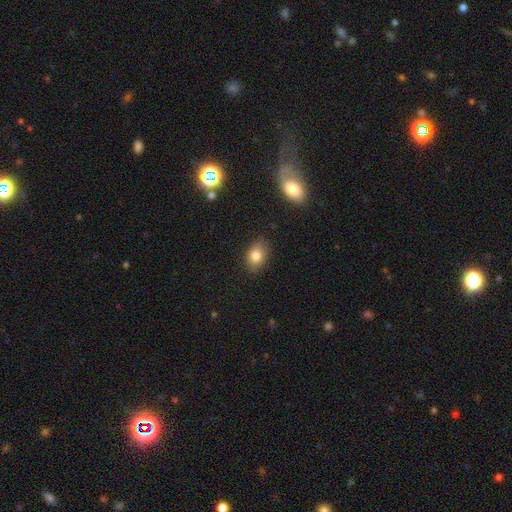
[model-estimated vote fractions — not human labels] smooth_or_featured: smooth (p=0.80) [alt: star or artifact p=0.10]
how_rounded: in between (p=0.75) [alt: round p=0.24]
merging: none (p=0.79) [alt: minor disturbance p=0.16]